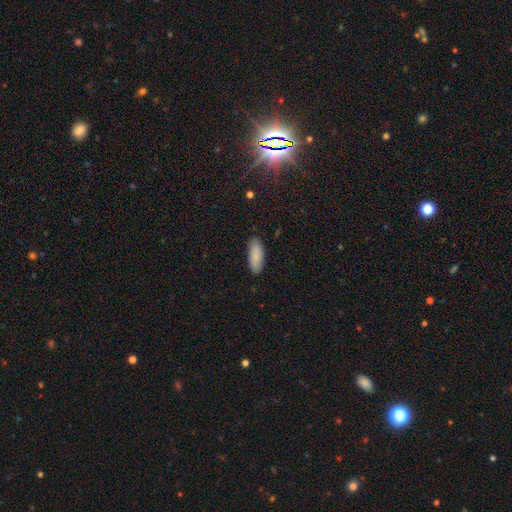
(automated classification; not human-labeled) Q: Smooth or featured?
A: smooth (89%); runner-up: star or artifact (6%)
Q: How rounded?
A: in between (73%); runner-up: cigar-shaped (25%)
Q: Merging?
A: none (87%); runner-up: minor disturbance (10%)